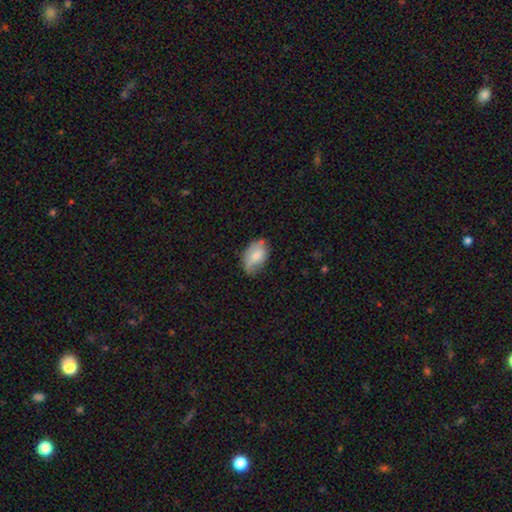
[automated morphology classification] Overall: smooth (69%). How rounded: in between (89%). Merging: none (50%; minor disturbance 37%).